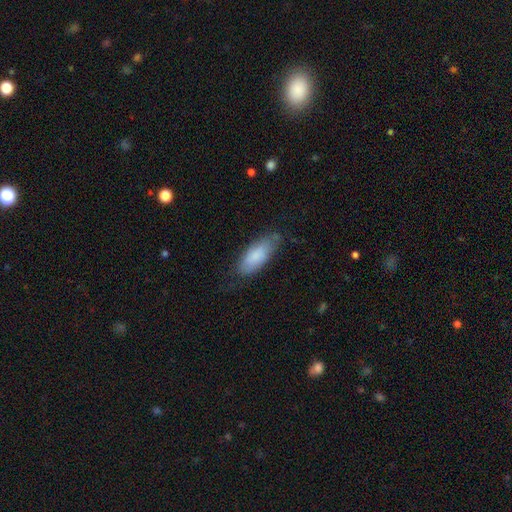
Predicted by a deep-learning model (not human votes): smooth 81%, featured or disk 13%, star or artifact 6%. Down the decision tree: how rounded — in between (77%); merging — none (70%).